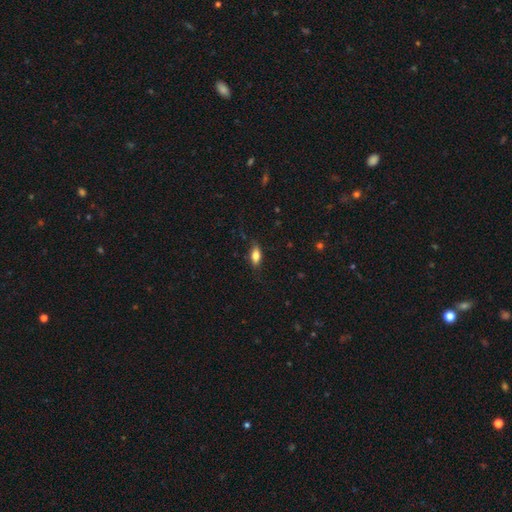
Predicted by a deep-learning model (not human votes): The model was most divided on "merging": none: 80%, minor disturbance: 16%, major disturbance: 4%, merger: 1%. More confident: how rounded — in between (82%); smooth or featured — smooth (78%).